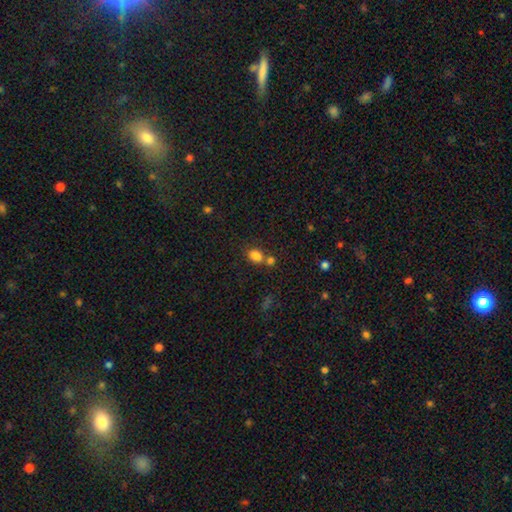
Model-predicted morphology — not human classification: The model was most divided on "merging": none: 48%, merger: 36%, minor disturbance: 12%, major disturbance: 5%. More confident: smooth or featured — smooth (81%); how rounded — in between (70%).